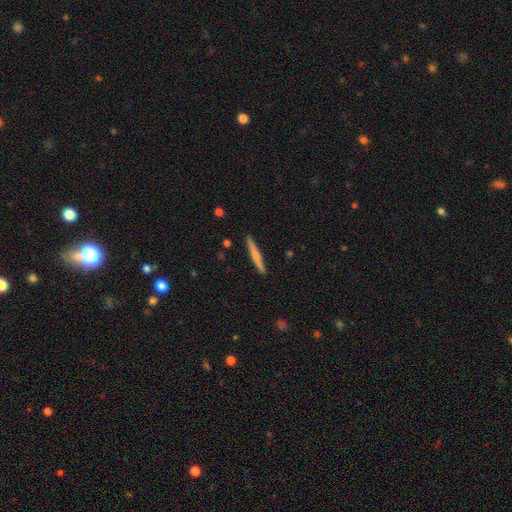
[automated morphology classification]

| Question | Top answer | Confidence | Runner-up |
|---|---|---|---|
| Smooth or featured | smooth | 58% | featured or disk (37%) |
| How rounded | cigar-shaped | 95% | in between (3%) |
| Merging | none | 91% | minor disturbance (7%) |